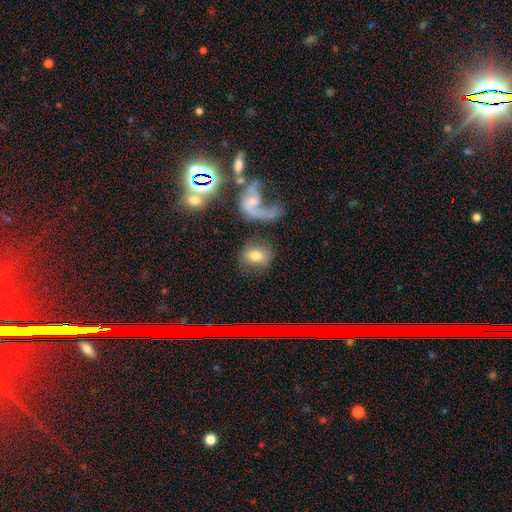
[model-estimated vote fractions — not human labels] This is likely a smooth galaxy (66%). How rounded: possibly in between (53%). Merging: likely none (60%).